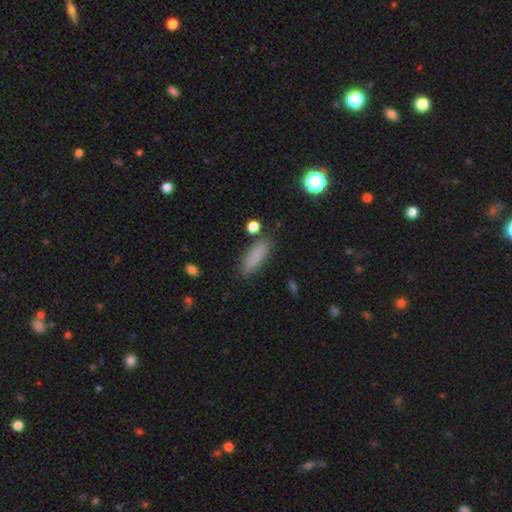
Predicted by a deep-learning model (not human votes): Morphology: type=smooth (84%); roundness=cigar-shaped (55%); merging=none (84%).